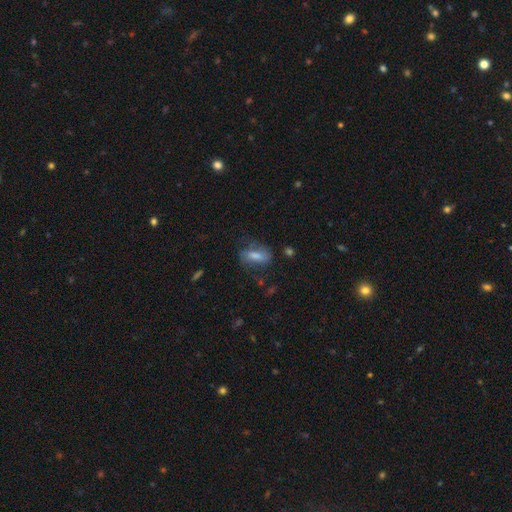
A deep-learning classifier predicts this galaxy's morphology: smooth-or-featured: smooth: 61% | featured or disk: 29% | star or artifact: 10%
  how-rounded: in between: 78% | cigar-shaped: 16% | round: 7%
  merging: none: 56% | minor disturbance: 24% | major disturbance: 17% | merger: 3%